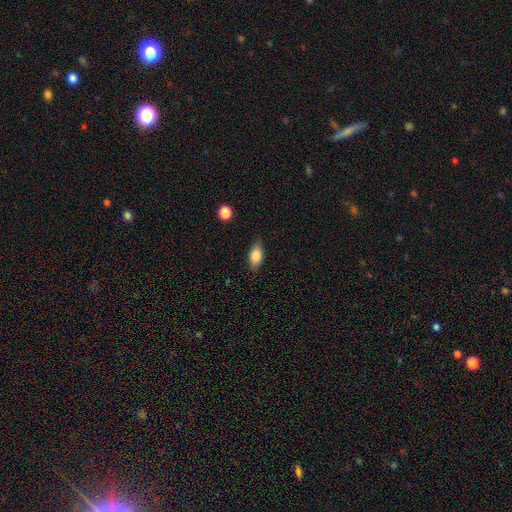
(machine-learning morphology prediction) smooth-or-featured: smooth: 80% | featured or disk: 13% | star or artifact: 7%
  how-rounded: in between: 86% | cigar-shaped: 9% | round: 5%
  merging: none: 83% | minor disturbance: 13% | major disturbance: 3% | merger: 1%